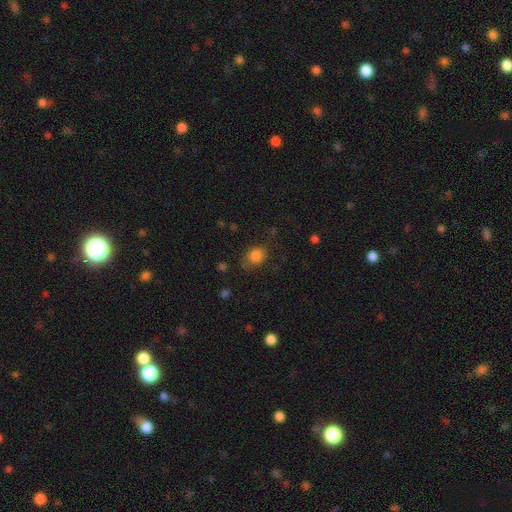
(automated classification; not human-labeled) The model was most divided on "how rounded": round: 64%, in between: 35%, cigar-shaped: 1%. More confident: smooth or featured — smooth (84%); merging — none (71%).